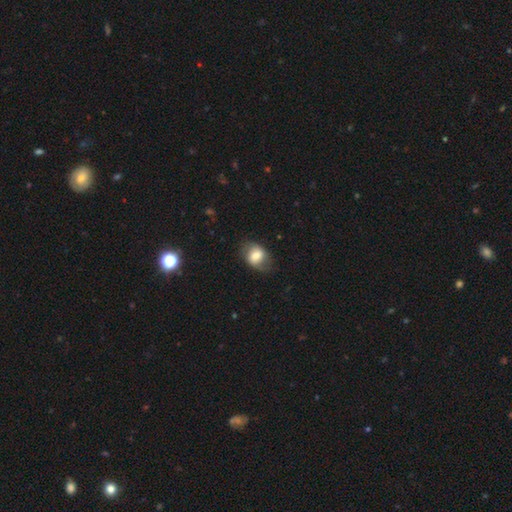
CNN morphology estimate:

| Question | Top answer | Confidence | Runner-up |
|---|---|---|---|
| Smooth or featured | smooth | 64% | featured or disk (28%) |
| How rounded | in between | 67% | round (32%) |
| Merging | none | 70% | minor disturbance (21%) |